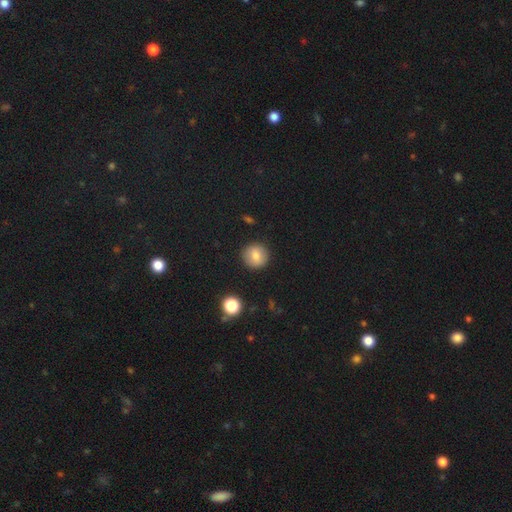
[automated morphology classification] smooth 80%, featured or disk 10%, star or artifact 10%. Down the decision tree: how rounded — round (91%); merging — none (90%).